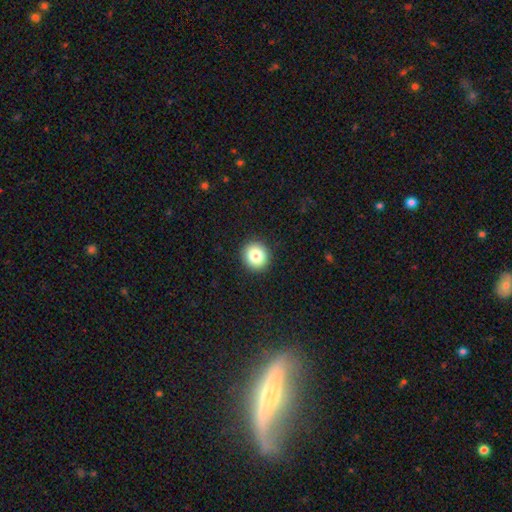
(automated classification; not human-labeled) smooth_or_featured: smooth (p=0.84) [alt: star or artifact p=0.09]
how_rounded: round (p=0.86) [alt: in between p=0.13]
merging: none (p=0.92) [alt: minor disturbance p=0.05]